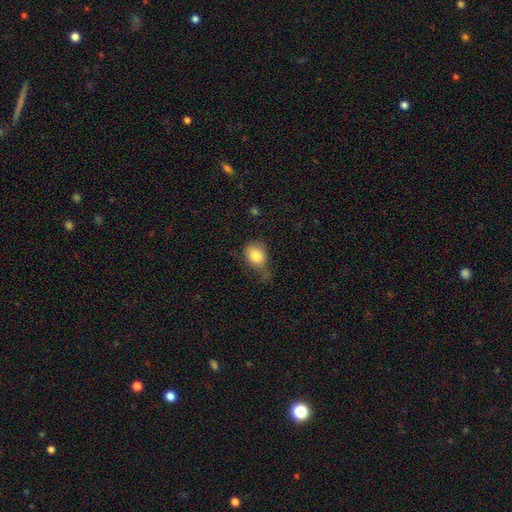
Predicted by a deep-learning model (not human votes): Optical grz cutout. It shows a smooth galaxy with no disk features (83%) that is round (52%). Merging: none (38%).